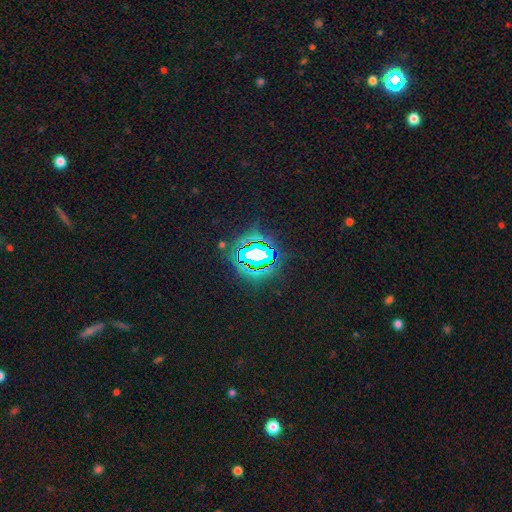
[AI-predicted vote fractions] A star or artifact, not a galaxy (68%).